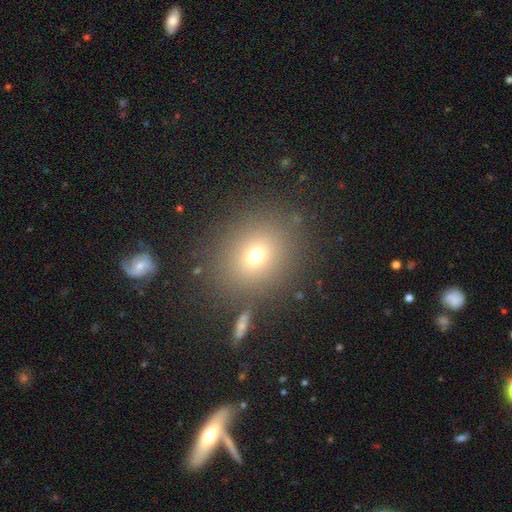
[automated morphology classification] The model was most divided on "how rounded": round: 66%, in between: 32%, cigar-shaped: 1%. More confident: merging — none (81%); smooth or featured — smooth (71%).